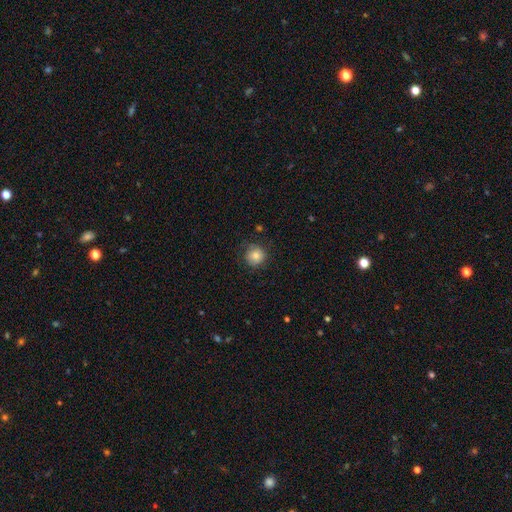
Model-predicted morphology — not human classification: smooth 81%, featured or disk 10%, star or artifact 9%. Down the decision tree: how rounded — round (91%); merging — none (73%).